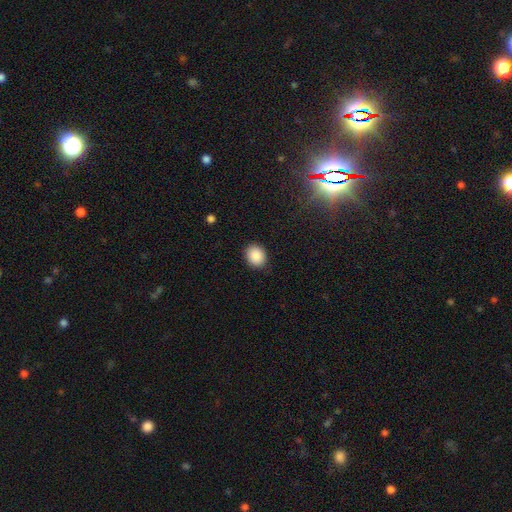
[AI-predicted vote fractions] Overall: smooth (88%). How rounded: round (60%; in between 40%). Merging: none (89%).